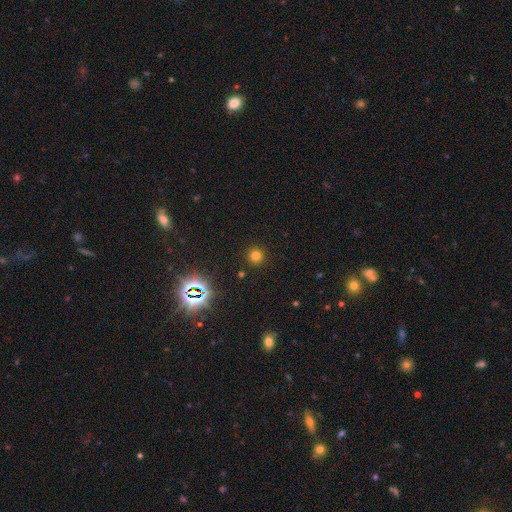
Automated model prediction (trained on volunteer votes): Smooth or featured? Predicted: smooth (p=0.73). How rounded? Predicted: round (p=0.94). Merging? Predicted: none (p=0.91).